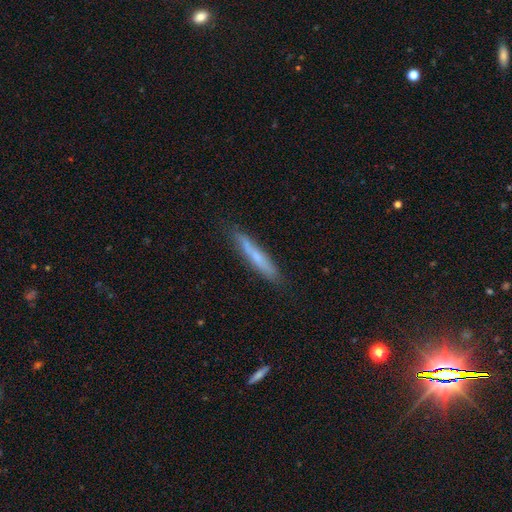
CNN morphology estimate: type=smooth (55%); roundness=cigar-shaped (94%); merging=none (83%).